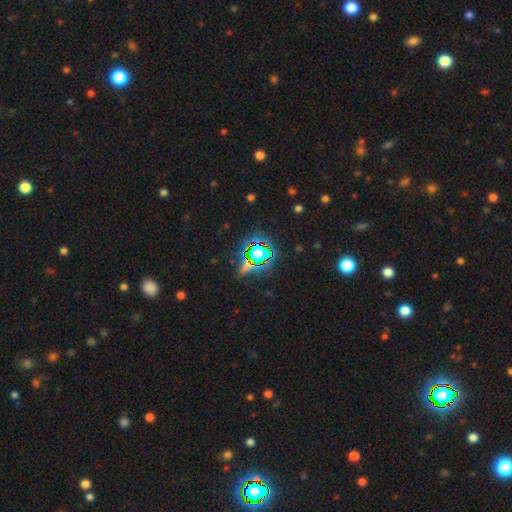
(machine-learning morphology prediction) smooth-or-featured: star or artifact: 66% | smooth: 23% | featured or disk: 12%